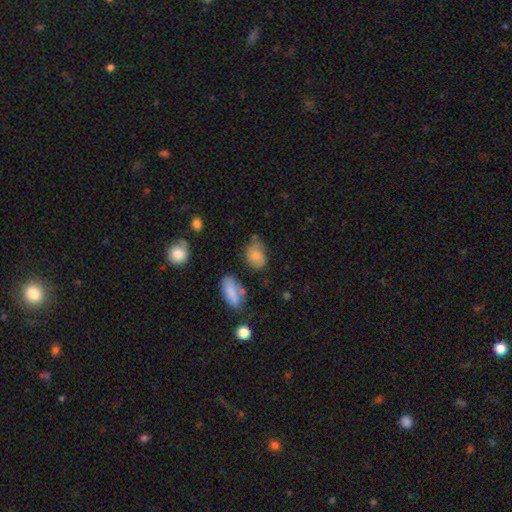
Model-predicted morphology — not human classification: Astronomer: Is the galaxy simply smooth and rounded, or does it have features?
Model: smooth — 76%.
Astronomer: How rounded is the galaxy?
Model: in between — 72%.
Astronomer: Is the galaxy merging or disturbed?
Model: none — 50% (runner-up: minor disturbance, 32%).